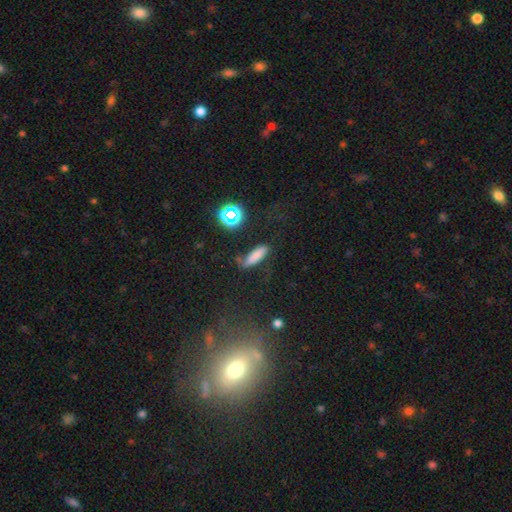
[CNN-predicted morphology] The model was most divided on "how rounded": cigar-shaped: 60%, in between: 36%, round: 4%. More confident: smooth or featured — smooth (73%); merging — none (68%).